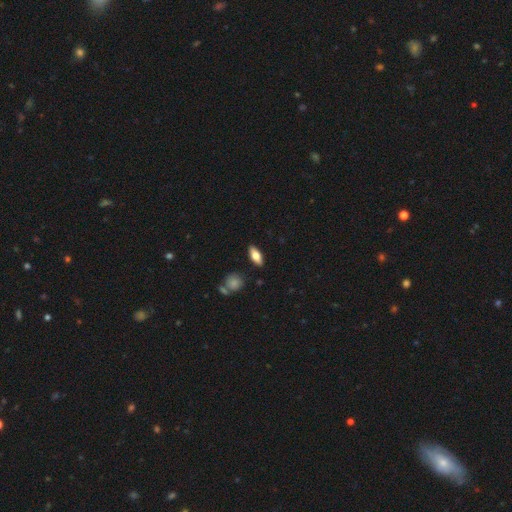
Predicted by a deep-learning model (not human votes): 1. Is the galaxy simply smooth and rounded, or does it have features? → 72% smooth, 21% featured or disk, 7% star or artifact.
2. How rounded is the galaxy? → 80% in between, 17% cigar-shaped, 3% round.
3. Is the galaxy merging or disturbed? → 86% none, 10% minor disturbance, 2% major disturbance, 2% merger.